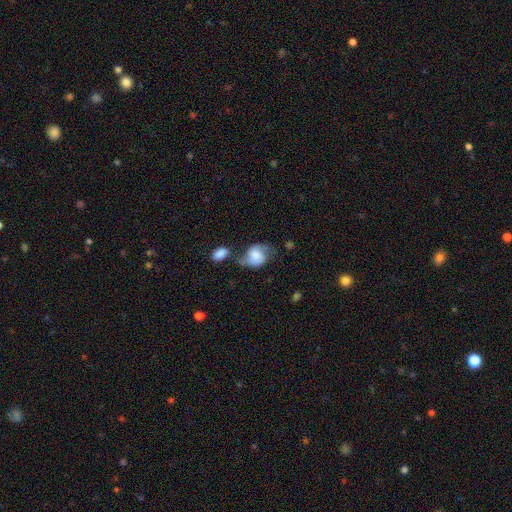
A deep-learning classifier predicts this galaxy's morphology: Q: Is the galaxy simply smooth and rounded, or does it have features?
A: featured or disk — 49%.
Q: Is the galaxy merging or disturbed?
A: none — 43%.